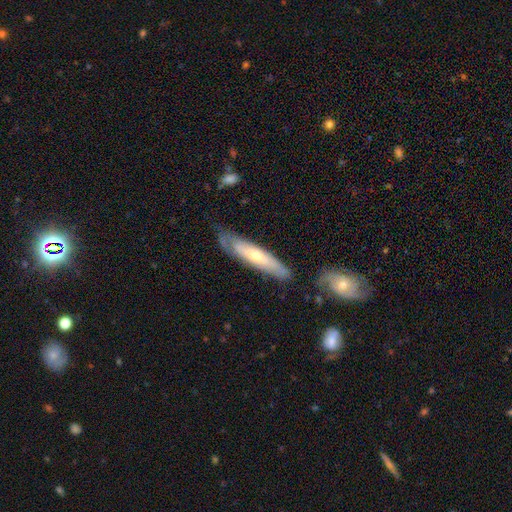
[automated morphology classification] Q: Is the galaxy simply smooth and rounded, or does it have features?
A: featured or disk — 50%.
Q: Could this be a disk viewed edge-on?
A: yes — 57%.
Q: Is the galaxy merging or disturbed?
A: none — 72%.